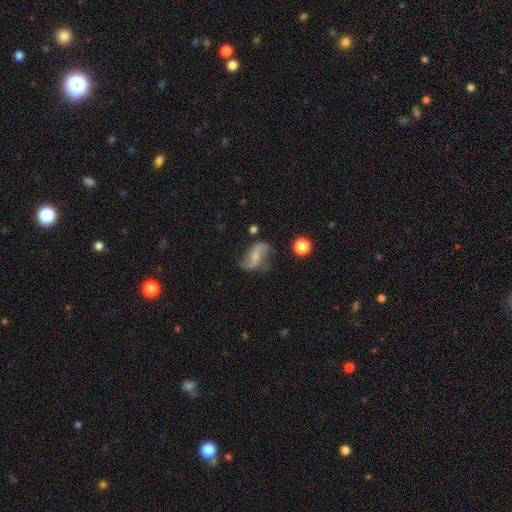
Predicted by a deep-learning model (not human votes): This appears to be a featured or disk galaxy (74%) with a weak bar (41%), 2 (91%) loose (82%) spiral arms (91%) and a small central bulge (54%). Merging: none (63%).